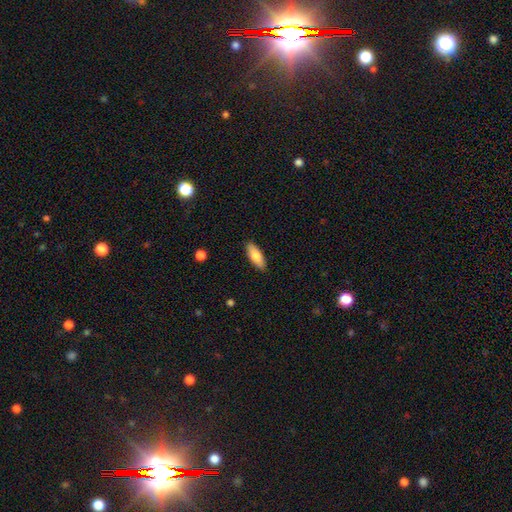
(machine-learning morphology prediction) Smooth or featured: smooth — 81% (featured or disk — 13%)
How rounded: in between — 66% (cigar-shaped — 32%)
Merging: none — 89% (minor disturbance — 8%)